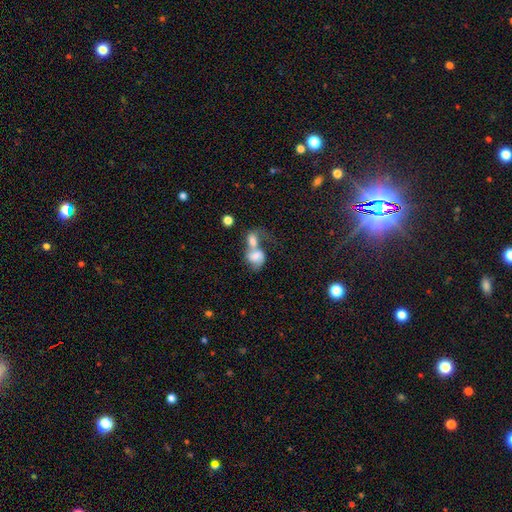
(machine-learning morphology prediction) type=smooth (50%); merging=merger (74%).